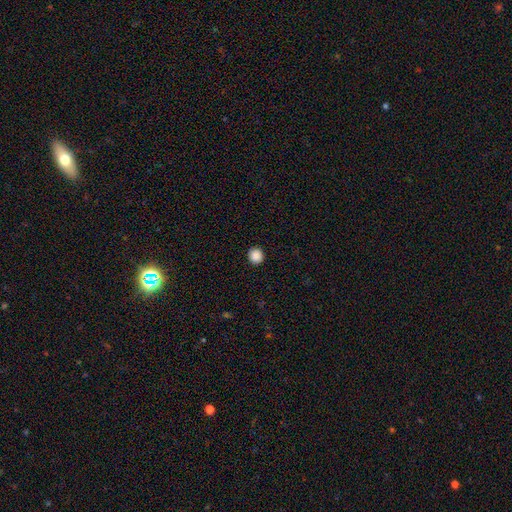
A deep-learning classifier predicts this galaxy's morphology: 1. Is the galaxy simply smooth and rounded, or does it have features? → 88% smooth, 9% star or artifact, 2% featured or disk.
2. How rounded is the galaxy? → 91% round, 8% in between, 1% cigar-shaped.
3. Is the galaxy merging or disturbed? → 93% none, 5% minor disturbance, 2% major disturbance, 1% merger.